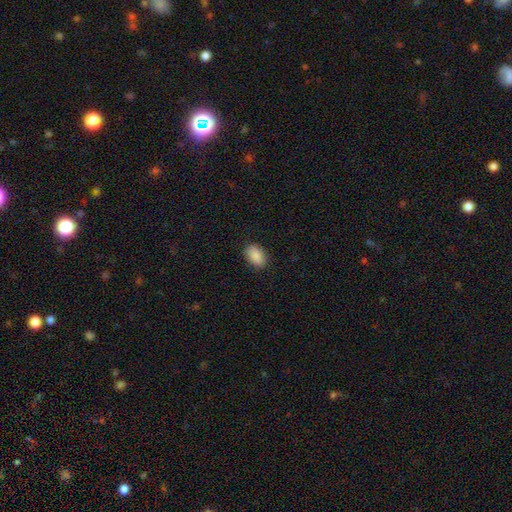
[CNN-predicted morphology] smooth-or-featured: smooth: 90% | star or artifact: 7% | featured or disk: 3%
  how-rounded: in between: 89% | round: 10% | cigar-shaped: 1%
  merging: none: 88% | minor disturbance: 9% | major disturbance: 2% | merger: 1%